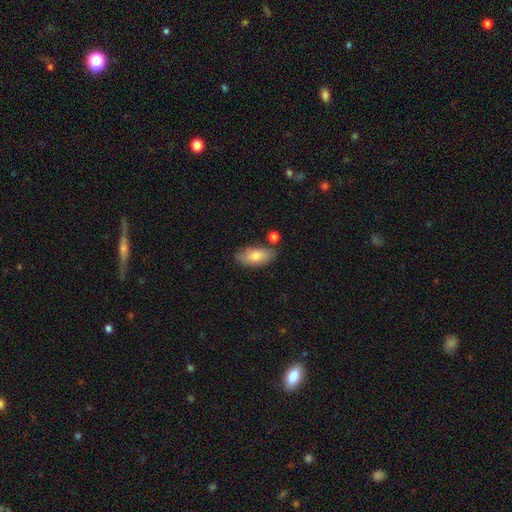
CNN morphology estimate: smooth 78%, featured or disk 15%, star or artifact 7%. Down the decision tree: how rounded — in between (91%); merging — none (75%).